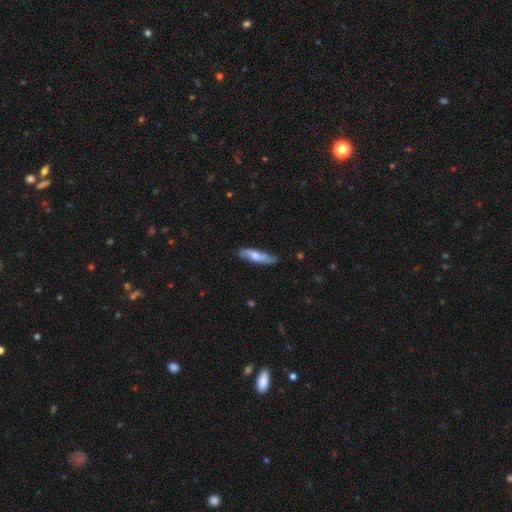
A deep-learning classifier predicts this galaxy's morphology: Q: Smooth or featured?
A: smooth (57%); runner-up: featured or disk (38%)
Q: How rounded?
A: cigar-shaped (75%); runner-up: in between (23%)
Q: Merging?
A: none (79%); runner-up: minor disturbance (17%)